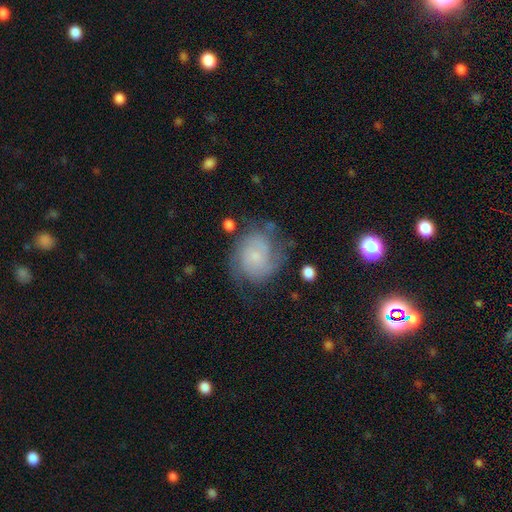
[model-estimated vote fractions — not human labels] Smooth or featured? Predicted: featured or disk (p=0.62). Edge-on disk? Predicted: no (p=0.98). Bar? Predicted: no (p=0.75). Spiral arms? Predicted: yes (p=0.88). Spiral winding? Predicted: tight (p=0.47). Spiral arm count? Predicted: 2 (p=0.49). Bulge size? Predicted: small (p=0.68). Merging? Predicted: none (p=0.57).